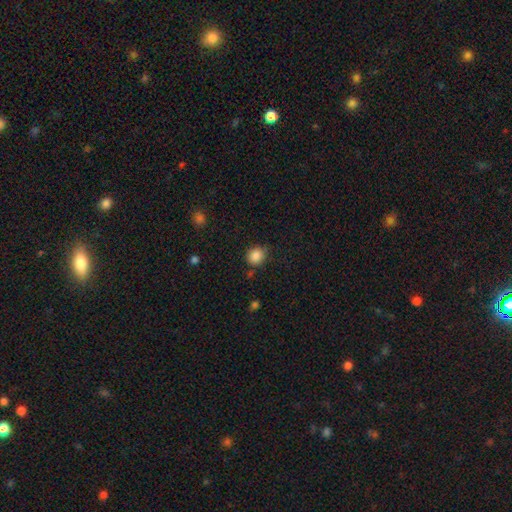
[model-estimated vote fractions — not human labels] This is clearly a smooth galaxy (86%). How rounded: clearly round (86%). Merging: likely none (78%).